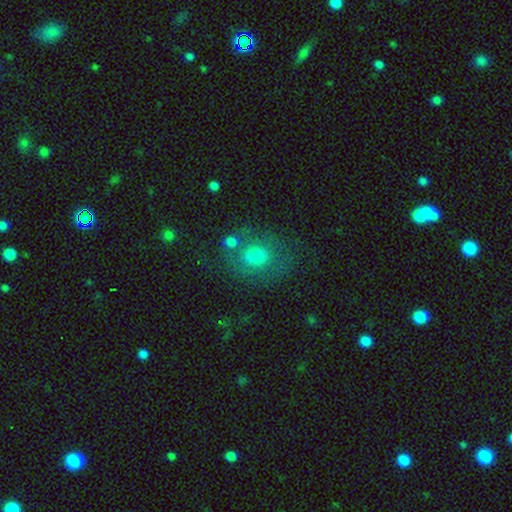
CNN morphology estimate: A smooth galaxy with no disk features (64%) that is round (59%).

Vote fractions:
- Smooth or featured? smooth: 64% / featured or disk: 24% / star or artifact: 12%
- How rounded? round: 59% / in between: 40% / cigar-shaped: 1%
- Merging? none: 59% / minor disturbance: 18% / merger: 11% / major disturbance: 11%